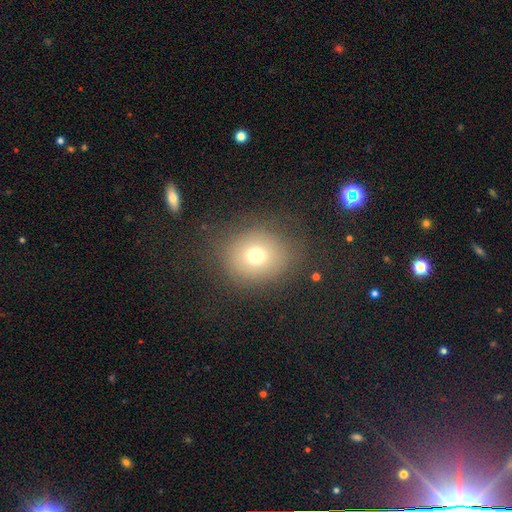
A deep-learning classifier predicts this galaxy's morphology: Smooth or featured? smooth (69%)
How rounded? round (73%)
Merging? none (77%)